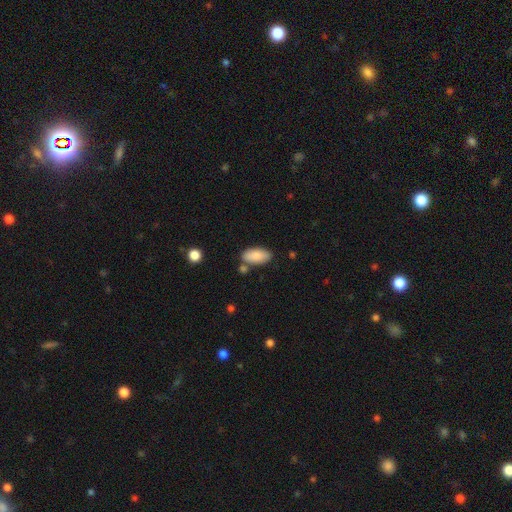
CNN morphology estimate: This appears to be a smooth galaxy with no disk features (85%) that is in between round and cigar-shaped (91%). Merging: none (75%).